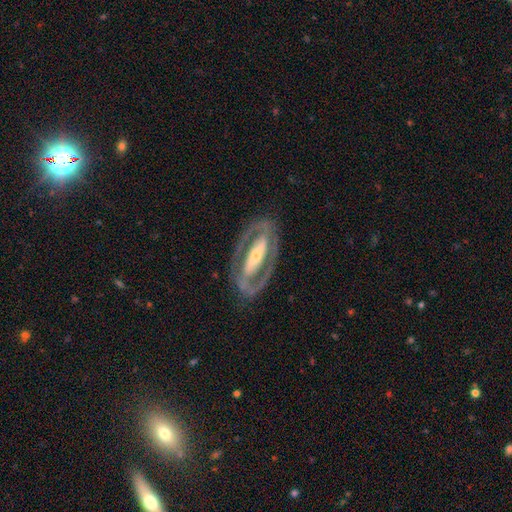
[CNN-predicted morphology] A featured or disk galaxy (85%) with a strong bar (68%), 2 (84%) tight (50%) spiral arms (73%) and a small central bulge (48%).

Vote fractions:
- Smooth or featured? featured or disk: 85% / smooth: 11% / star or artifact: 4%
- Edge-on disk? no: 90% / yes: 10%
- Bar? strong: 68% / weak: 17% / no: 15%
- Spiral arms? yes: 73% / no: 27%
- Spiral winding? tight: 50% / medium: 39% / loose: 12%
- Spiral arm count? 2: 84% / can't tell: 8% / 1: 5% / 3: 1% / 4: 1% / more than 4: 1%
- Bulge size? small: 48% / moderate: 39% / large: 8% / none: 2% / dominant: 2%
- Merging? none: 81% / minor disturbance: 11% / major disturbance: 7% / merger: 1%